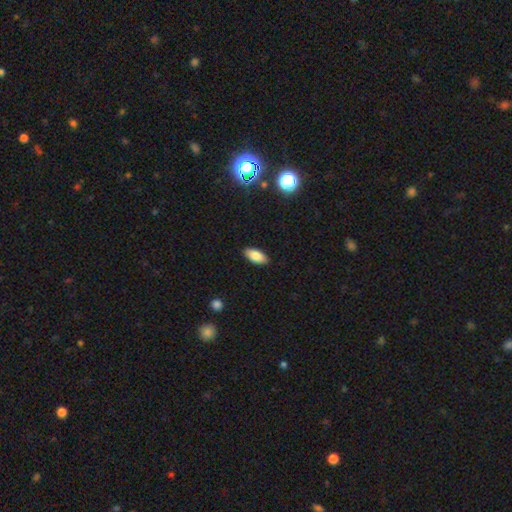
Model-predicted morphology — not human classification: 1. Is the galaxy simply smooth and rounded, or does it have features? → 83% smooth, 9% featured or disk, 8% star or artifact.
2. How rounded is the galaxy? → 91% in between, 7% cigar-shaped, 3% round.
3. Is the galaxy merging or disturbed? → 89% none, 8% minor disturbance, 2% major disturbance, 1% merger.